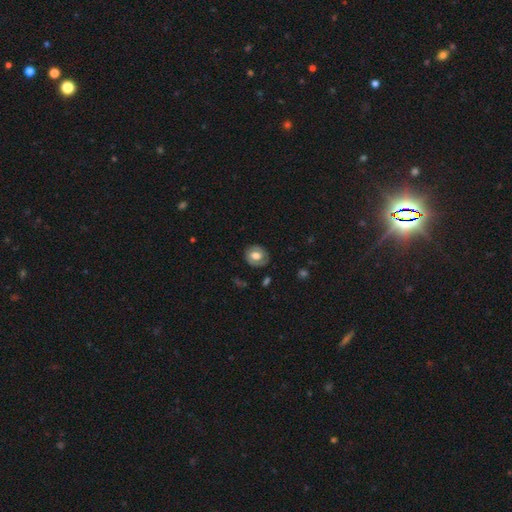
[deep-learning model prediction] A smooth galaxy with no disk features (51%) that is round (56%).

Vote fractions:
- Smooth or featured? smooth: 51% / featured or disk: 42% / star or artifact: 7%
- How rounded? round: 56% / in between: 43% / cigar-shaped: 1%
- Merging? none: 79% / minor disturbance: 15% / major disturbance: 4% / merger: 1%